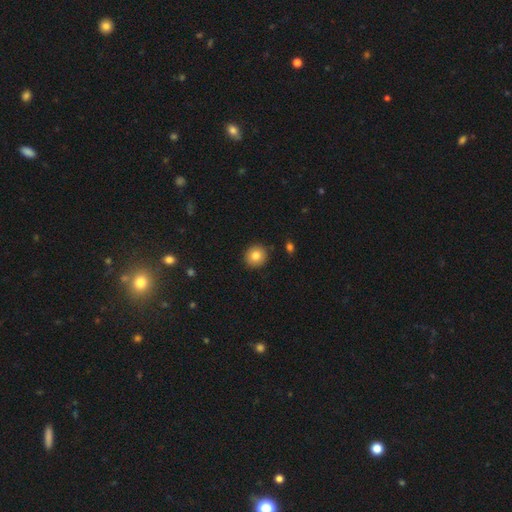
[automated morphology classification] Overall: smooth (82%). How rounded: round (90%). Merging: none (91%).